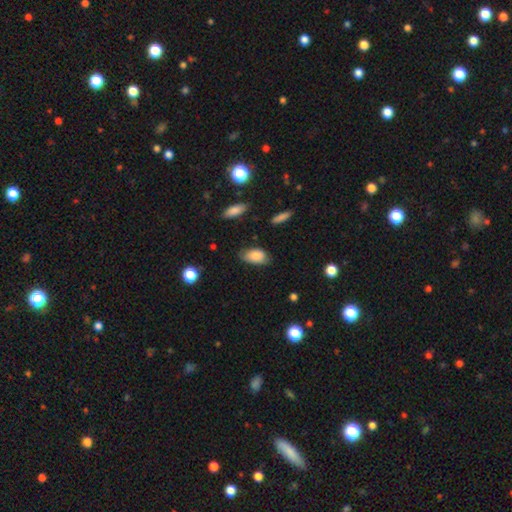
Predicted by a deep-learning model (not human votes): Overall: smooth (82%). How rounded: in between (93%). Merging: none (71%).